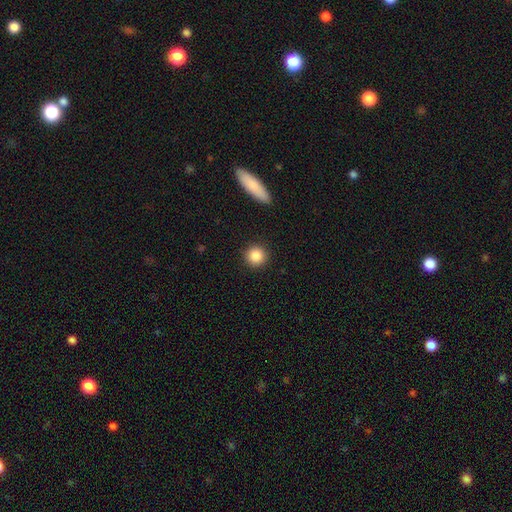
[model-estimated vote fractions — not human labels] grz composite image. It shows a smooth galaxy with no disk features (87%) that is round (93%). Merging: none (91%).